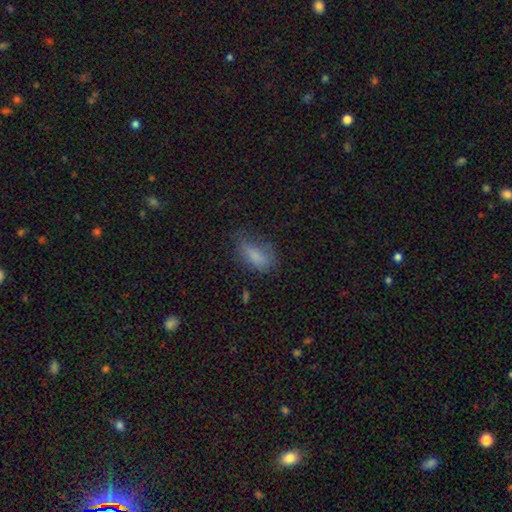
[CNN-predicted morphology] Overall: smooth (79%). How rounded: in between (82%). Merging: none (50%; minor disturbance 31%).